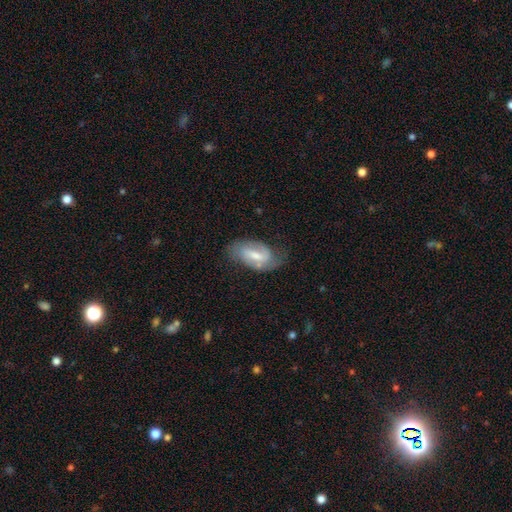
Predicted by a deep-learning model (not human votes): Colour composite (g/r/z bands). It shows a featured or disk galaxy (61%) with a weak bar (53%), spiral arms (84%) and a moderate central bulge (51%). Merging: none (58%).